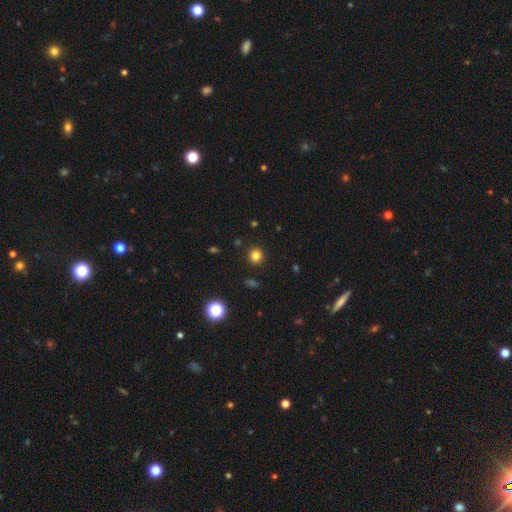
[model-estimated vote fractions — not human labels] This is clearly a smooth galaxy (81%). How rounded: clearly round (91%). Merging: clearly none (91%).